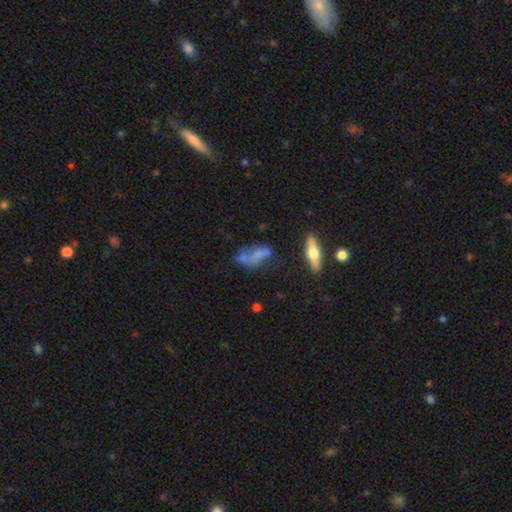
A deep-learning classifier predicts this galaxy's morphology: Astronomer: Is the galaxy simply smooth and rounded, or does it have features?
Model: smooth — 46% (runner-up: featured or disk, 39%).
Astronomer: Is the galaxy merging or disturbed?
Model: none — 40% (runner-up: merger, 25%).